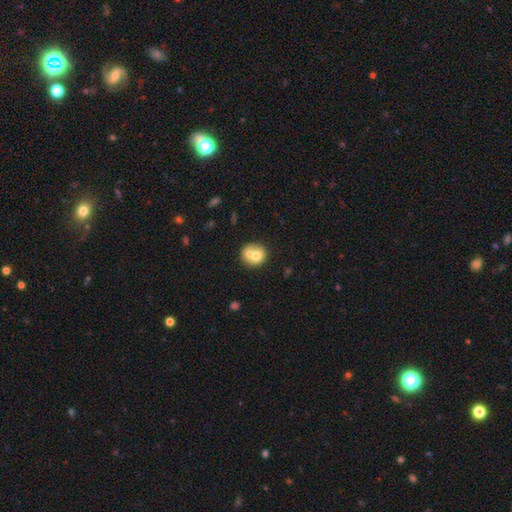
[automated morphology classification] This appears to be a smooth galaxy with no disk features (67%) that is round (83%). Merging: merger (51%).